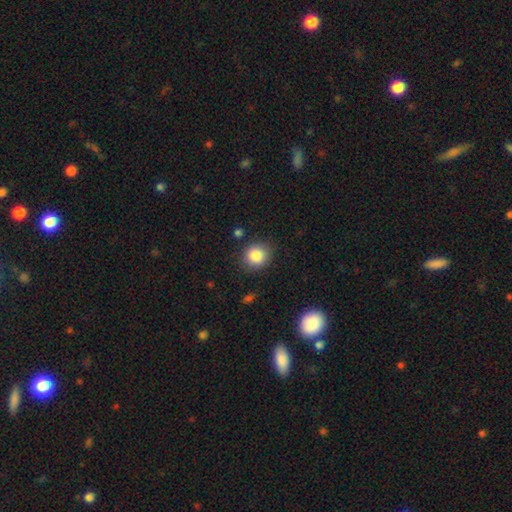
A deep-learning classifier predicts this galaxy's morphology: Smooth or featured? Predicted: smooth (p=0.86). How rounded? Predicted: round (p=0.80). Merging? Predicted: none (p=0.84).